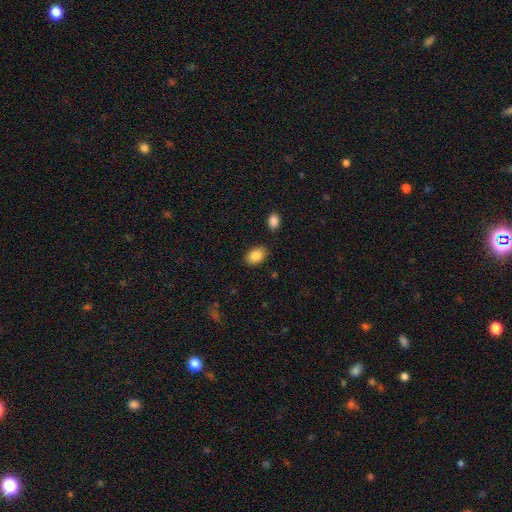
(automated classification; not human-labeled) Overall: smooth (86%). How rounded: in between (85%). Merging: none (84%).